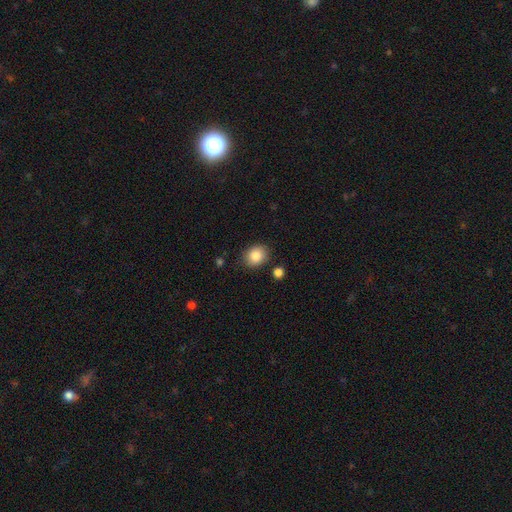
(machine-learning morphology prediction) A smooth galaxy with no disk features (86%) that is round (57%).

Vote fractions:
- Smooth or featured? smooth: 86% / star or artifact: 9% / featured or disk: 6%
- How rounded? round: 57% / in between: 42% / cigar-shaped: 1%
- Merging? none: 84% / minor disturbance: 10% / merger: 3% / major disturbance: 3%